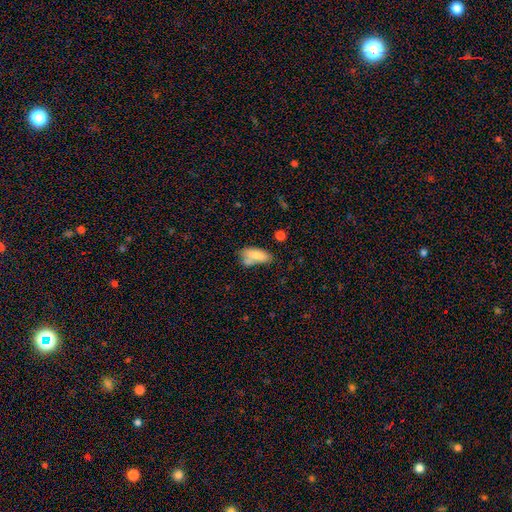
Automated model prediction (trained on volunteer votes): smooth 78%, featured or disk 15%, star or artifact 8%. Down the decision tree: how rounded — in between (76%); merging — none (47%).